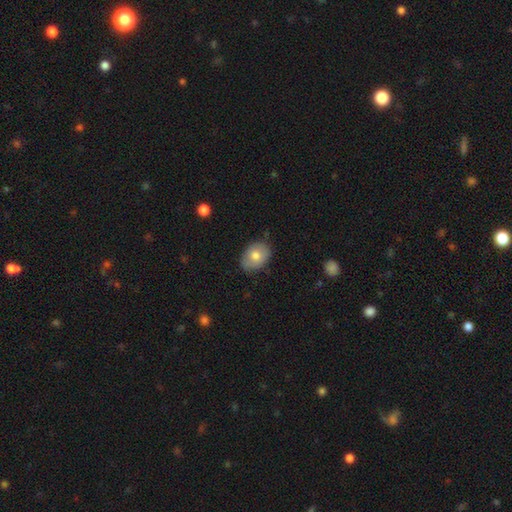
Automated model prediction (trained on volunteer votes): Morphology: type=smooth (74%); roundness=in between (70%); merging=none (78%).